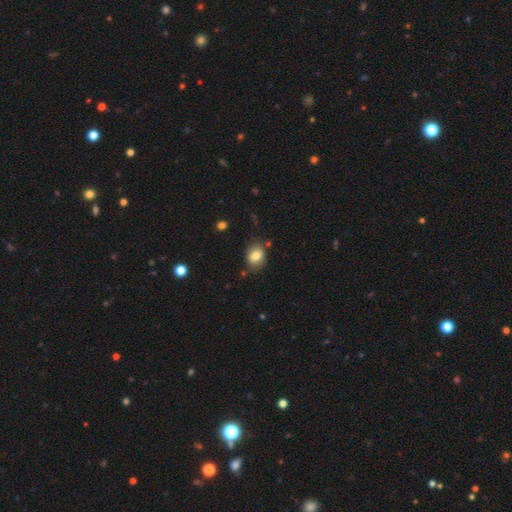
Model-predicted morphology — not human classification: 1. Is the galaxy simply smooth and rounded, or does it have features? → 80% smooth, 10% featured or disk, 10% star or artifact.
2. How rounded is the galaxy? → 50% in between, 49% round, 1% cigar-shaped.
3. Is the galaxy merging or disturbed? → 77% none, 15% minor disturbance, 4% merger, 3% major disturbance.